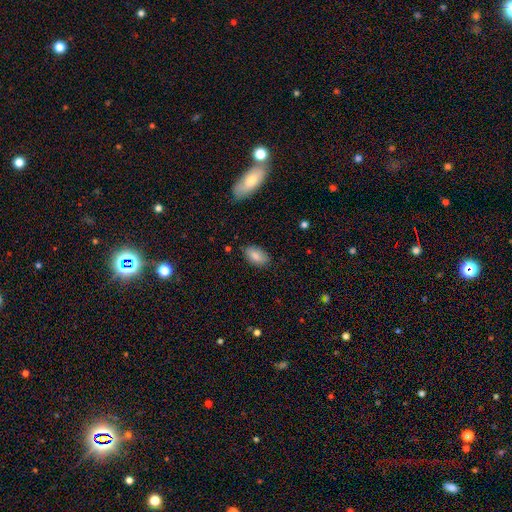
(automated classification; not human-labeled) smooth_or_featured: smooth (p=0.84) [alt: featured or disk p=0.09]
how_rounded: in between (p=0.93) [alt: round p=0.05]
merging: none (p=0.80) [alt: minor disturbance p=0.15]